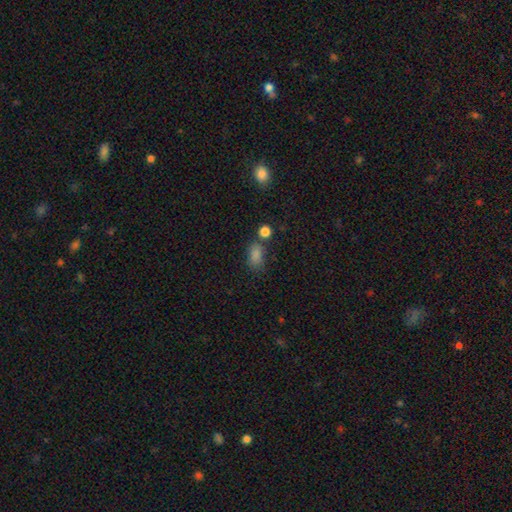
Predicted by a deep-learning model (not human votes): smooth 81%, star or artifact 14%, featured or disk 5%. Down the decision tree: how rounded — in between (83%); merging — none (65%).